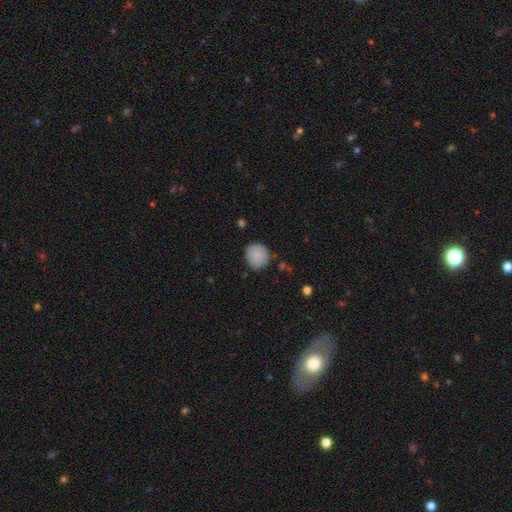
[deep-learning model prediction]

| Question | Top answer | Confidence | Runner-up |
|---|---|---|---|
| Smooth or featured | smooth | 85% | featured or disk (8%) |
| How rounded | round | 86% | in between (13%) |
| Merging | none | 80% | minor disturbance (15%) |